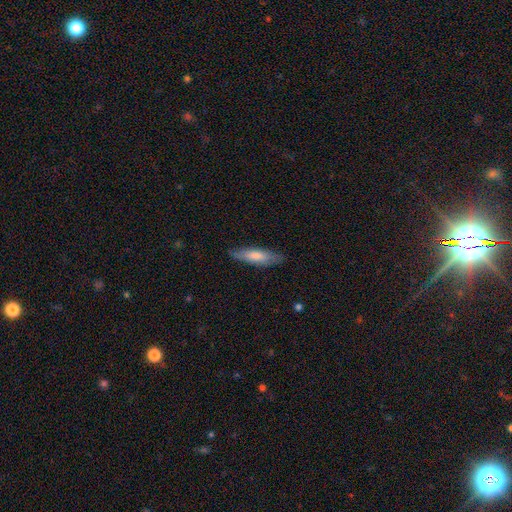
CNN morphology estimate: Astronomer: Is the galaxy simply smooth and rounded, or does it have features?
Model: smooth — 65%.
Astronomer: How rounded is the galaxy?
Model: cigar-shaped — 70%.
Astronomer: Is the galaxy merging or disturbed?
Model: none — 83%.